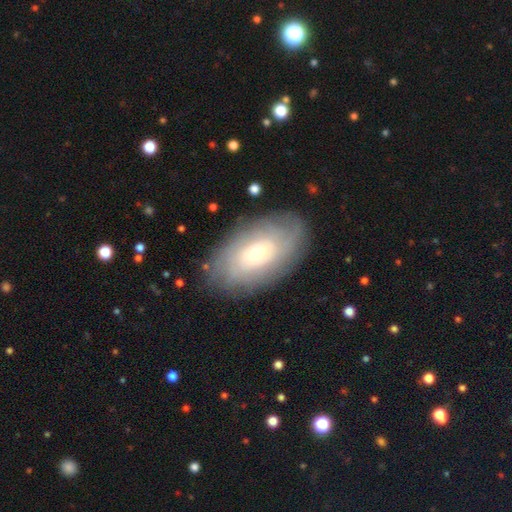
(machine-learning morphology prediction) A featured or disk galaxy (53%). Merging: none (82%).